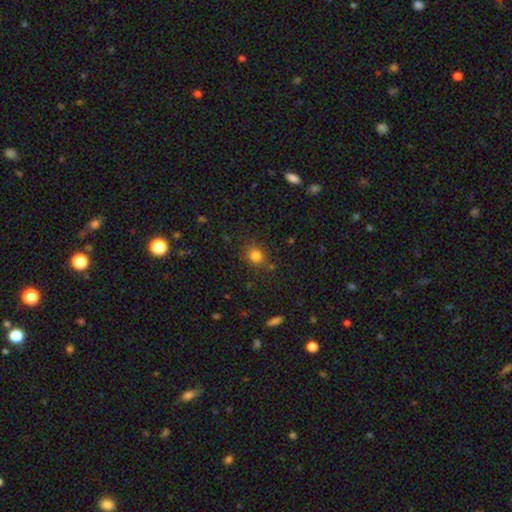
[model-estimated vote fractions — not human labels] smooth 81%, star or artifact 13%, featured or disk 6%. Down the decision tree: how rounded — round (69%); merging — none (78%).